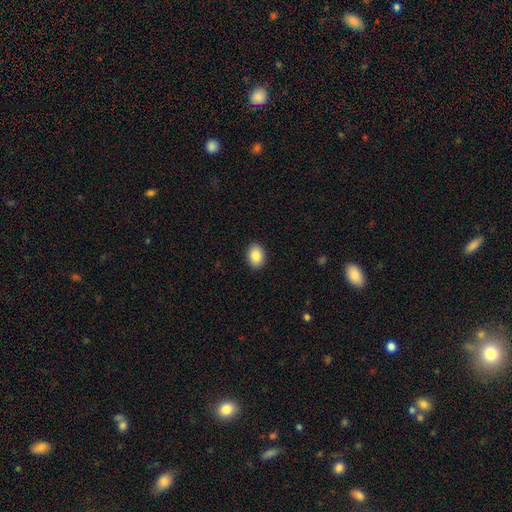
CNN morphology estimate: The model was most divided on "how rounded": in between: 76%, round: 23%, cigar-shaped: 1%. More confident: merging — none (90%); smooth or featured — smooth (87%).